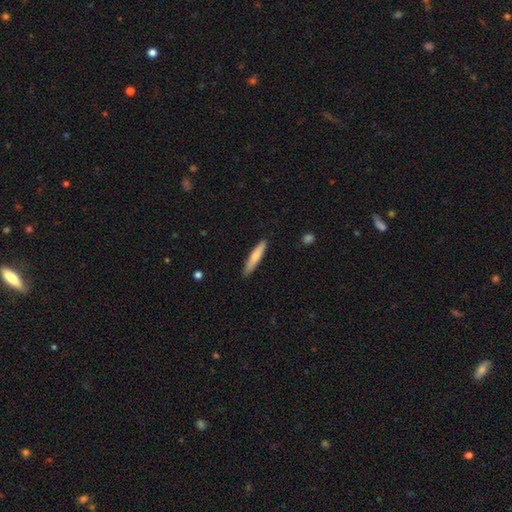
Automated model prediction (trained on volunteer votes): Smooth or featured?
  - smooth: 71% *
  - featured or disk: 24%
  - star or artifact: 5%
How rounded?
  - cigar-shaped: 88% *
  - in between: 10%
  - round: 1%
Merging?
  - none: 86% *
  - minor disturbance: 10%
  - major disturbance: 2%
  - merger: 1%